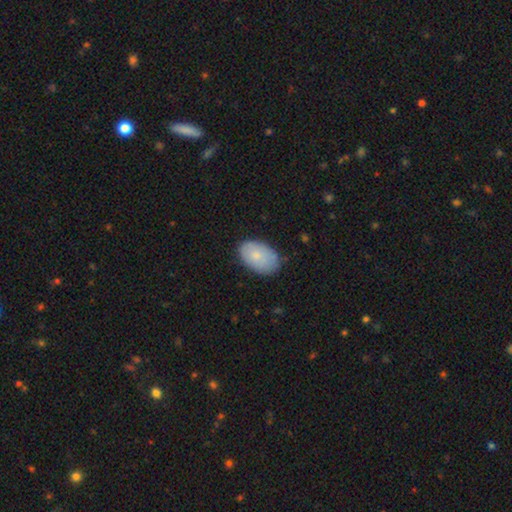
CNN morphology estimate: The model was most divided on "merging": none: 75%, minor disturbance: 20%, major disturbance: 4%, merger: 1%. More confident: how rounded — in between (91%); smooth or featured — smooth (79%).